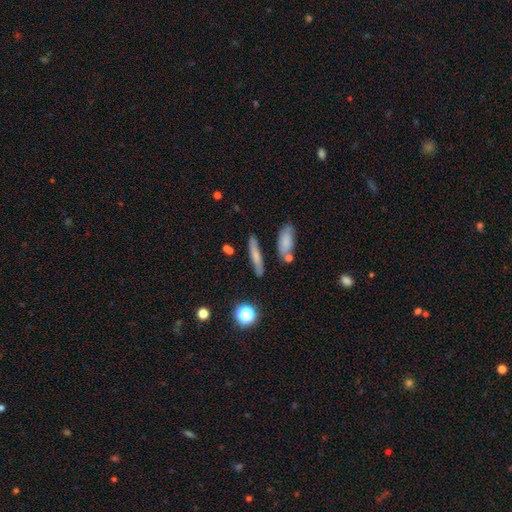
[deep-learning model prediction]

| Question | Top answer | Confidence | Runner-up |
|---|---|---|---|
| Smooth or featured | smooth | 64% | featured or disk (26%) |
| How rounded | cigar-shaped | 80% | in between (15%) |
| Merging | none | 78% | minor disturbance (12%) |